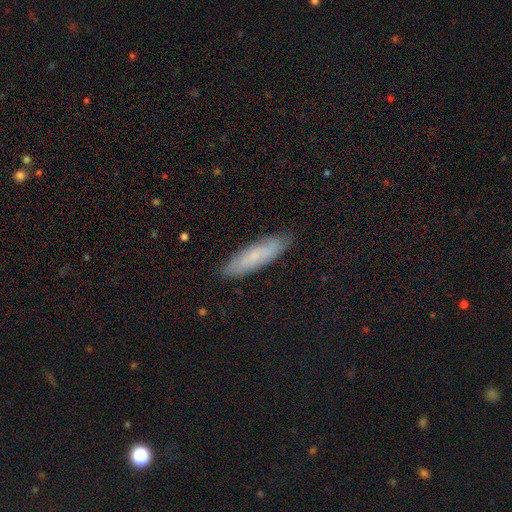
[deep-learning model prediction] Smooth or featured?
  - smooth: 57% *
  - featured or disk: 33%
  - star or artifact: 10%
How rounded?
  - cigar-shaped: 65% *
  - in between: 33%
  - round: 2%
Merging?
  - none: 85% *
  - minor disturbance: 12%
  - major disturbance: 2%
  - merger: 1%